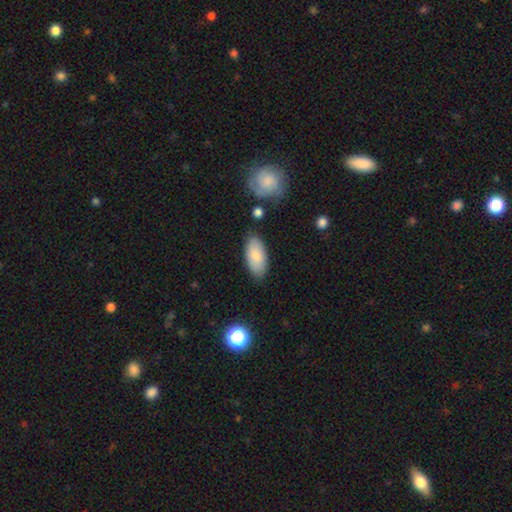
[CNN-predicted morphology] This is clearly a smooth galaxy (80%). How rounded: clearly in between (93%). Merging: clearly none (80%).